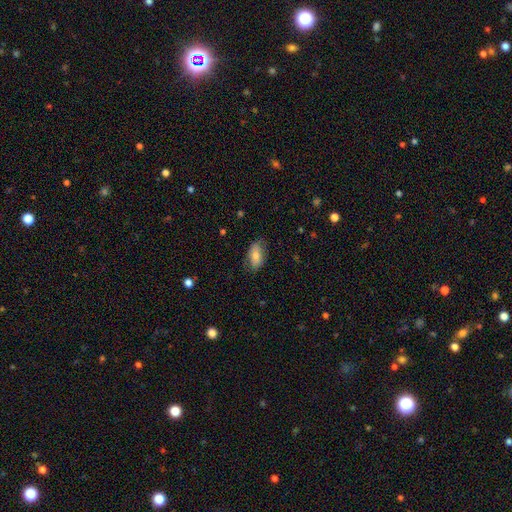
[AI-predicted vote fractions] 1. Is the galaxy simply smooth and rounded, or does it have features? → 72% smooth, 21% featured or disk, 7% star or artifact.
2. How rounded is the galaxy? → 91% in between, 5% cigar-shaped, 4% round.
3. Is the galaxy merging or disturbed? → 72% none, 21% minor disturbance, 6% major disturbance, 1% merger.